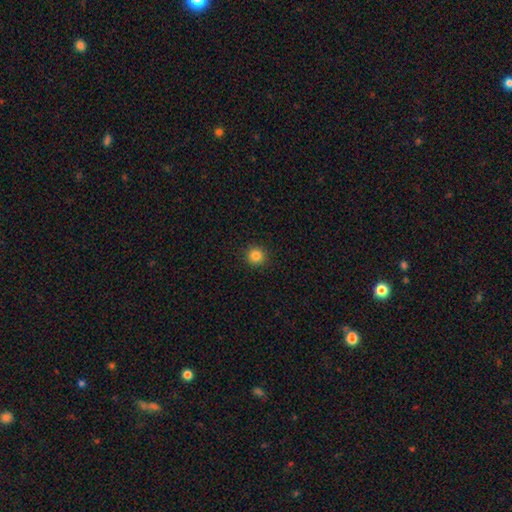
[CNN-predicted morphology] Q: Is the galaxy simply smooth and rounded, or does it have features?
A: smooth — 84%.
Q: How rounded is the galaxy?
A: round — 94%.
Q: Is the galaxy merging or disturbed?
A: none — 93%.